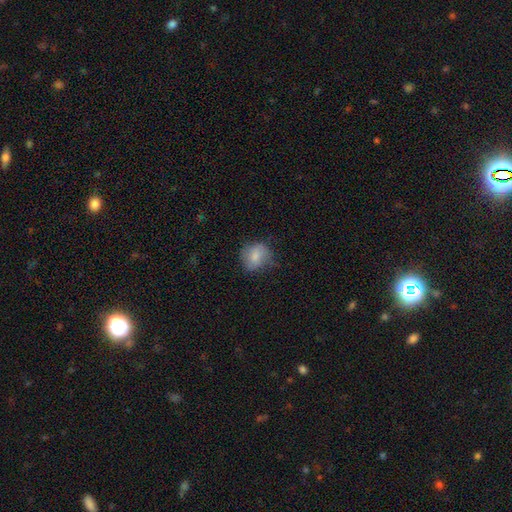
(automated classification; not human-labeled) Overall: smooth (79%). How rounded: round (70%). Merging: none (60%; minor disturbance 29%).